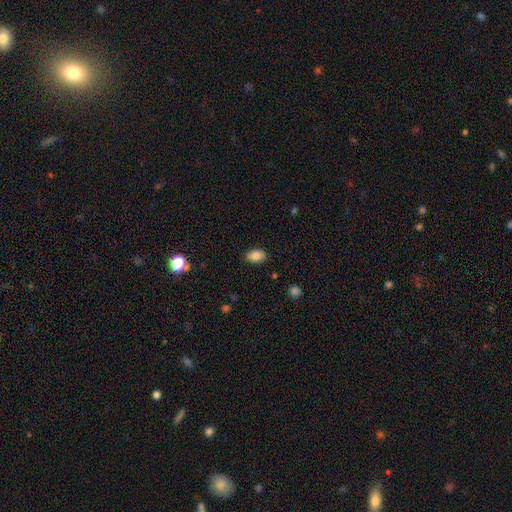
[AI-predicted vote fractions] Smooth or featured: smooth — 84% (star or artifact — 9%)
How rounded: in between — 88% (round — 10%)
Merging: none — 87% (minor disturbance — 10%)